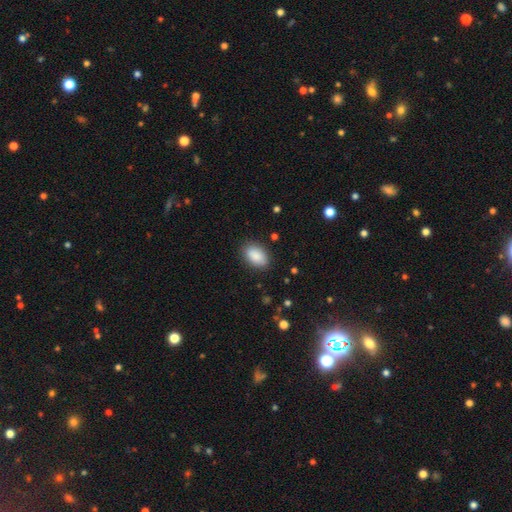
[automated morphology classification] This appears to be a smooth galaxy with no disk features (89%) that is in between round and cigar-shaped (91%). Merging: none (86%).